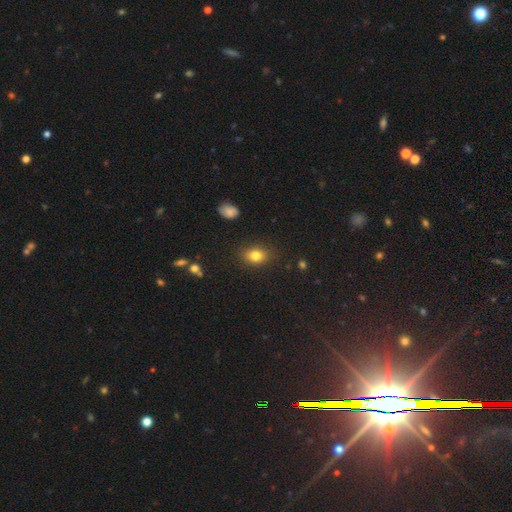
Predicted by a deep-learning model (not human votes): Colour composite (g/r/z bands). It shows a smooth galaxy with no disk features (81%) that is in between round and cigar-shaped (62%). Merging: none (85%).